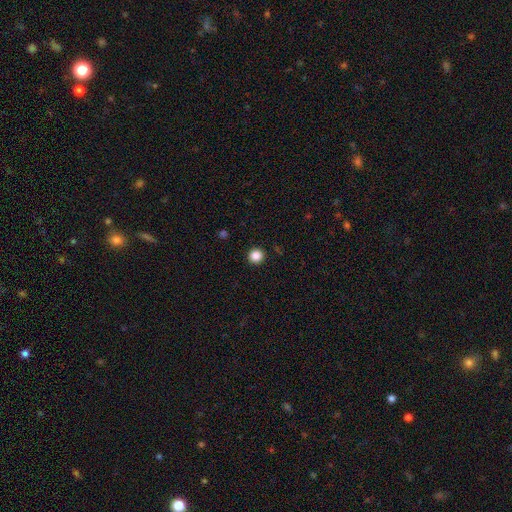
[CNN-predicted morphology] The model was most divided on "smooth or featured": smooth: 86%, star or artifact: 11%, featured or disk: 3%. More confident: how rounded — round (94%); merging — none (93%).